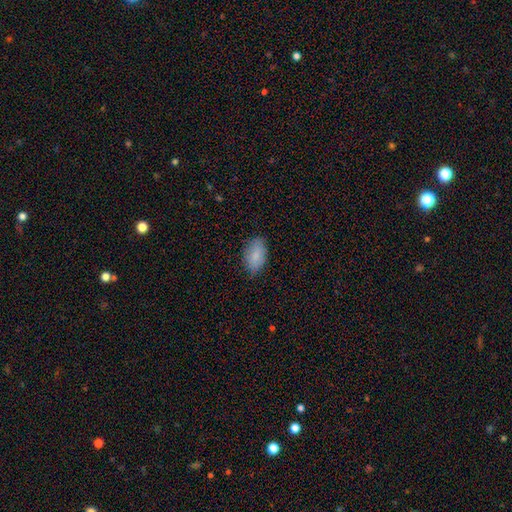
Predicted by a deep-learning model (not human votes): A smooth galaxy with no disk features (85%) that is in between round and cigar-shaped (93%).

Vote fractions:
- Smooth or featured? smooth: 85% / featured or disk: 8% / star or artifact: 6%
- How rounded? in between: 93% / round: 4% / cigar-shaped: 2%
- Merging? none: 81% / minor disturbance: 15% / major disturbance: 3% / merger: 1%